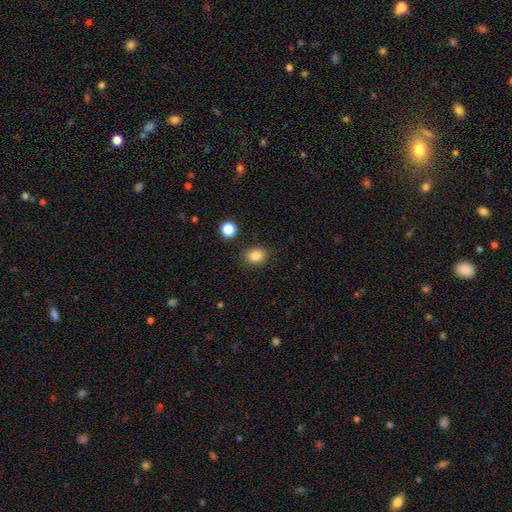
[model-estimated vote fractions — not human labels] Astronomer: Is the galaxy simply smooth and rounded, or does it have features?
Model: smooth — 83%.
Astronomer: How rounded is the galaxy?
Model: round — 51% (runner-up: in between, 48%).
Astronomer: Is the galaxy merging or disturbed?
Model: none — 83%.